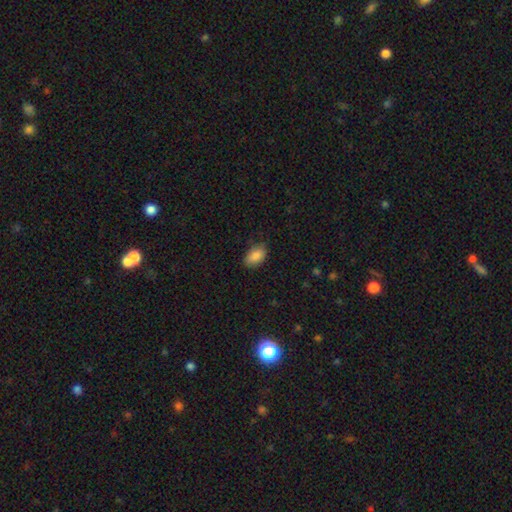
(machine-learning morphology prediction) This appears to be a smooth galaxy with no disk features (86%) that is in between round and cigar-shaped (91%). Merging: none (80%).